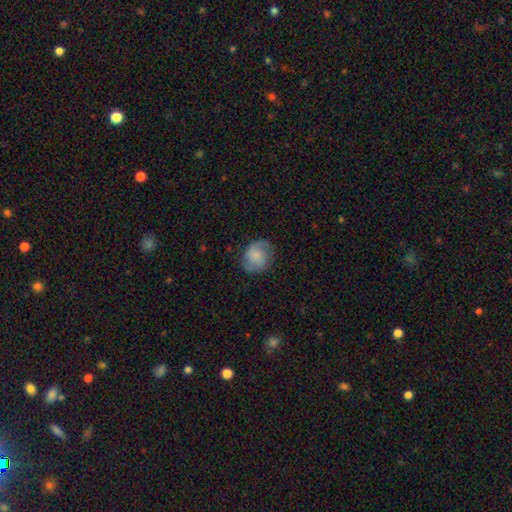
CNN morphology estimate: Smooth or featured?
  - smooth: 53% *
  - featured or disk: 40%
  - star or artifact: 8%
How rounded?
  - round: 70% *
  - in between: 29%
  - cigar-shaped: 1%
Merging?
  - none: 73% *
  - minor disturbance: 19%
  - major disturbance: 7%
  - merger: 1%